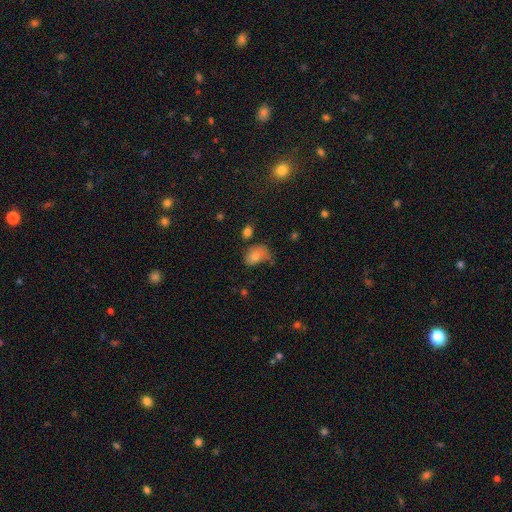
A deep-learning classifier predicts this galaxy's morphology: The model was most divided on "merging": none: 34%, minor disturbance: 32%, major disturbance: 25%, merger: 9%. More confident: how rounded — in between (78%); smooth or featured — smooth (74%).